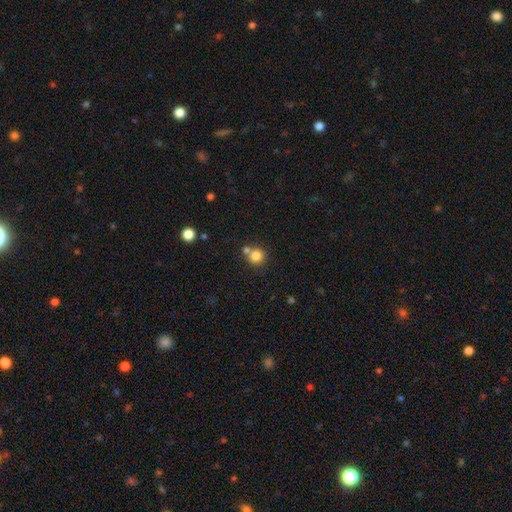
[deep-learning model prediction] Overall: smooth (82%). How rounded: round (92%). Merging: none (65%).